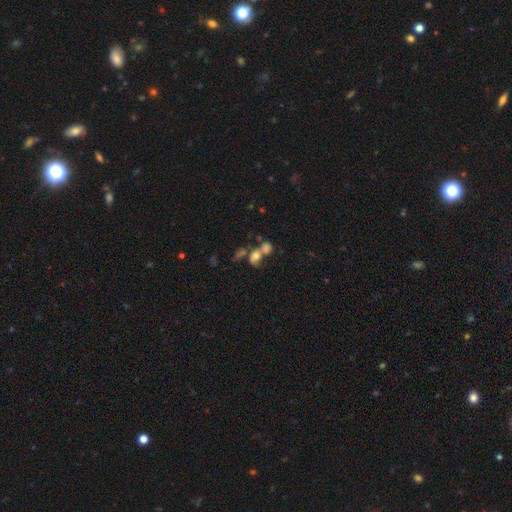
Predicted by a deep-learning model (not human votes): Smooth or featured: smooth — 58% (featured or disk — 25%)
How rounded: in between — 57% (round — 39%)
Merging: merger — 59% (none — 22%)